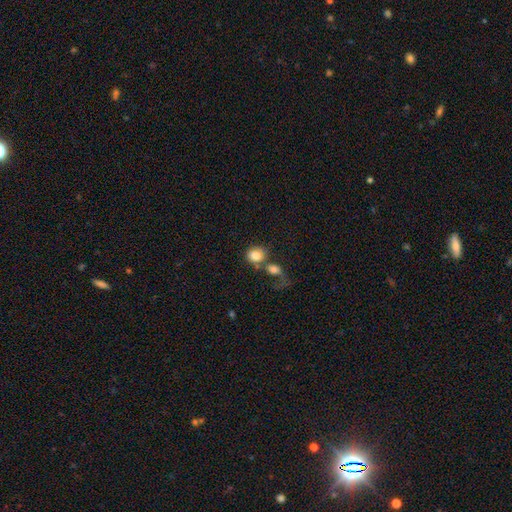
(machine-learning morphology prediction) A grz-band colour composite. It shows a smooth galaxy with no disk features (81%) that is round (67%). Merging: merger (46%).